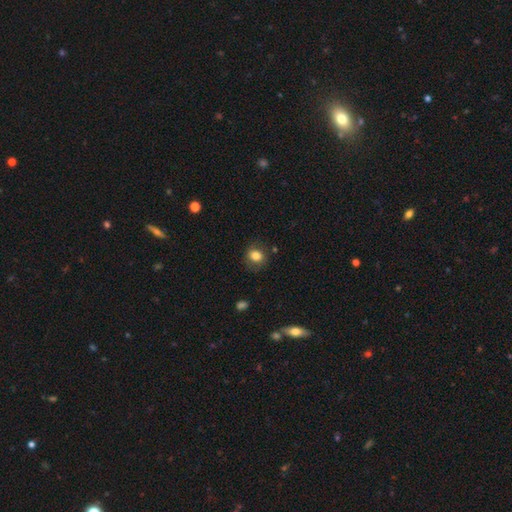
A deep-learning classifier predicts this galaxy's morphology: This is clearly a smooth galaxy (82%). How rounded: likely round (61%). Merging: likely none (79%).